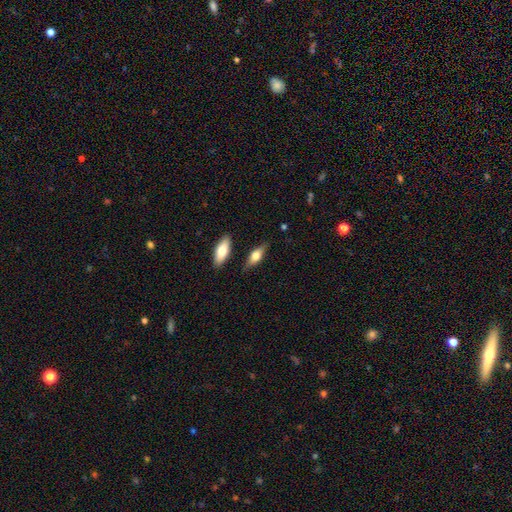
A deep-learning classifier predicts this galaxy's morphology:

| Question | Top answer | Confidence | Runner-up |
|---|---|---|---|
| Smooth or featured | smooth | 53% | featured or disk (40%) |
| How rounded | in between | 63% | cigar-shaped (33%) |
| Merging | none | 75% | minor disturbance (16%) |